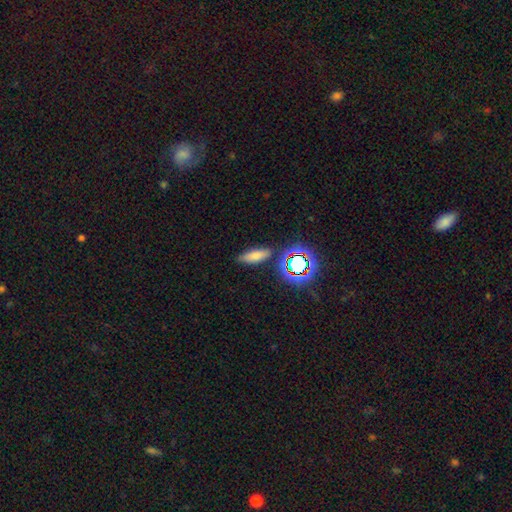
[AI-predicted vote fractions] Overall: smooth (72%). How rounded: in between (59%; cigar-shaped 35%). Merging: none (82%).